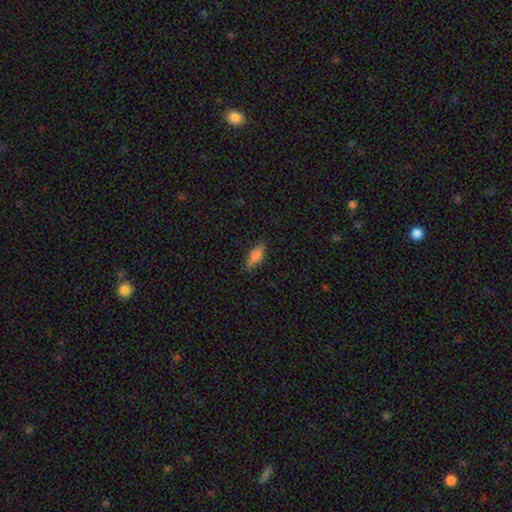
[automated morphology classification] This is likely a smooth galaxy (69%). How rounded: possibly in between (52%). Merging: clearly none (84%).